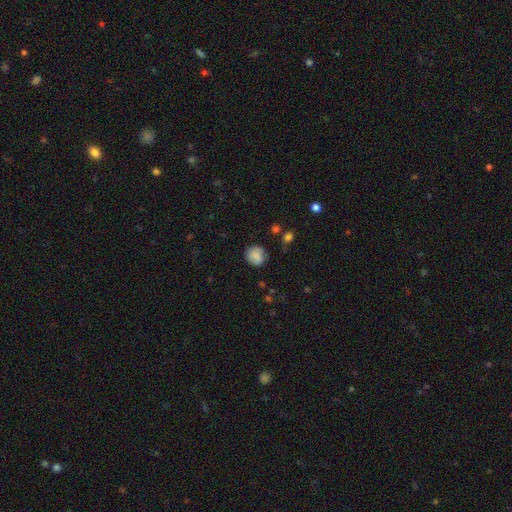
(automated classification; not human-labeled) Smooth or featured? Predicted: smooth (p=0.82). How rounded? Predicted: round (p=0.84). Merging? Predicted: none (p=0.76).